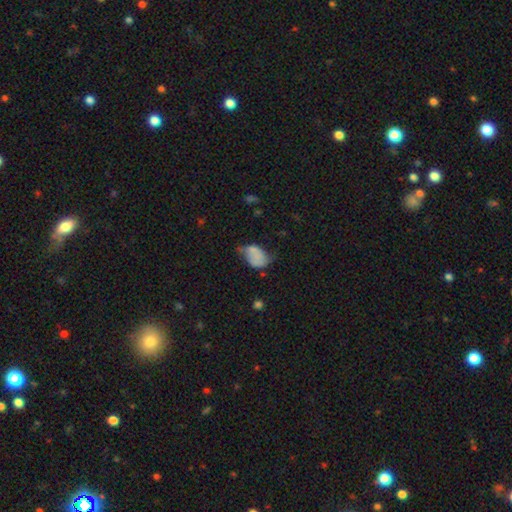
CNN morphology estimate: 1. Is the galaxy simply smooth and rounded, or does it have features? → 65% smooth, 25% featured or disk, 10% star or artifact.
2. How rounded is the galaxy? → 81% in between, 18% round, 1% cigar-shaped.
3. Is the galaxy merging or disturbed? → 37% minor disturbance, 26% major disturbance, 24% none, 13% merger.